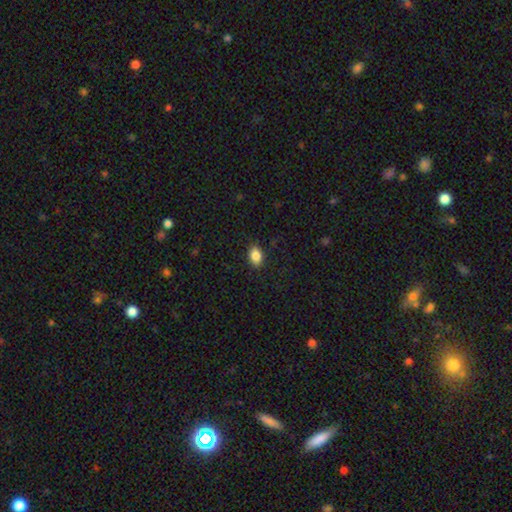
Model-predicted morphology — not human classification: A smooth galaxy with no disk features (86%) that is in between round and cigar-shaped (80%).

Vote fractions:
- Smooth or featured? smooth: 86% / star or artifact: 8% / featured or disk: 5%
- How rounded? in between: 80% / round: 19% / cigar-shaped: 1%
- Merging? none: 87% / minor disturbance: 10% / major disturbance: 2% / merger: 1%